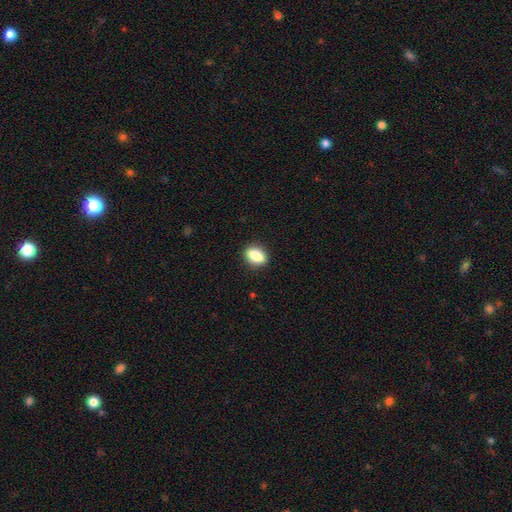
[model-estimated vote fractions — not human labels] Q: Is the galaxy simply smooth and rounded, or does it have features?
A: smooth — 81%.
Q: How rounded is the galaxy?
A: in between — 74%.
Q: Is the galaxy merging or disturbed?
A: none — 89%.